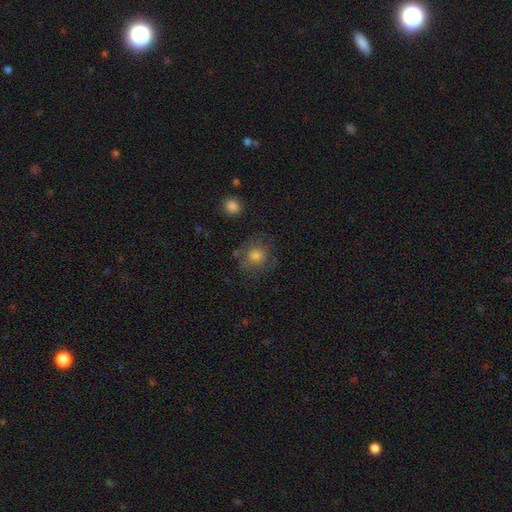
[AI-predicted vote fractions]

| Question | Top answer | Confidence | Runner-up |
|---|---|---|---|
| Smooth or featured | smooth | 67% | featured or disk (20%) |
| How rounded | round | 84% | in between (15%) |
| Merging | none | 72% | minor disturbance (18%) |